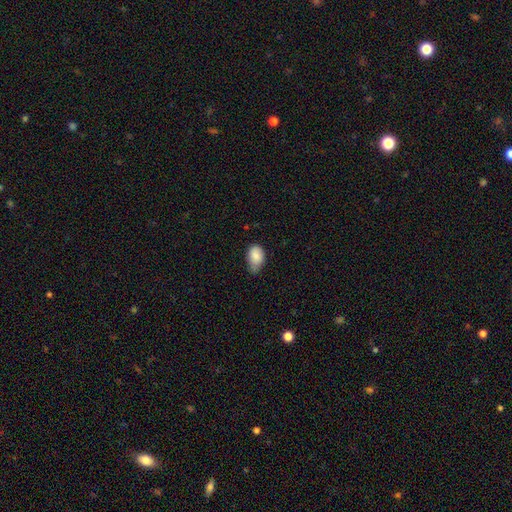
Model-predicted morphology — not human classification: Smooth or featured? Predicted: smooth (p=0.85). How rounded? Predicted: in between (p=0.86). Merging? Predicted: minor disturbance (p=0.48).